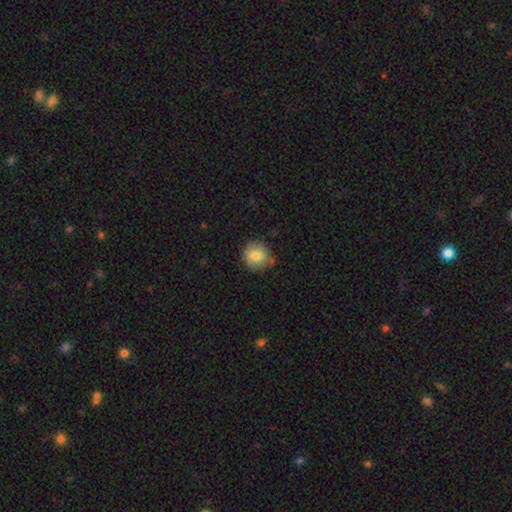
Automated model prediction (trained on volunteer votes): Smooth or featured: smooth — 80% (featured or disk — 11%)
How rounded: round — 87% (in between — 12%)
Merging: none — 76% (minor disturbance — 18%)